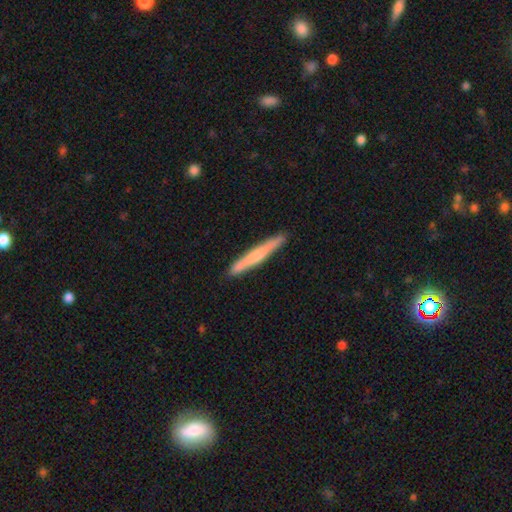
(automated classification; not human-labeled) Q: Smooth or featured?
A: smooth (56%); runner-up: featured or disk (39%)
Q: How rounded?
A: cigar-shaped (96%); runner-up: in between (3%)
Q: Merging?
A: none (90%); runner-up: minor disturbance (7%)